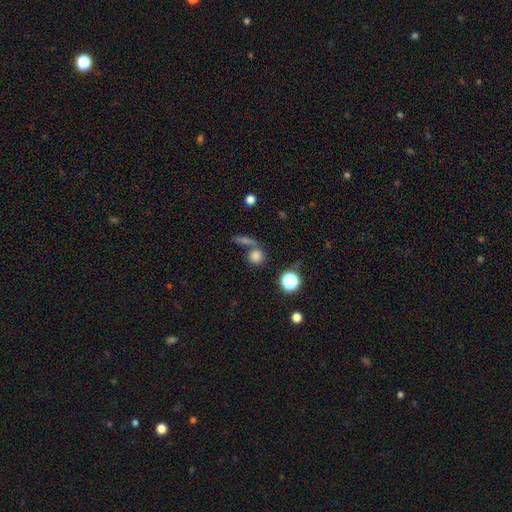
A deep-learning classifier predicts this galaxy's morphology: smooth-or-featured: smooth: 76% | star or artifact: 15% | featured or disk: 9%
  how-rounded: round: 84% | in between: 13% | cigar-shaped: 3%
  merging: none: 48% | merger: 36% | minor disturbance: 9% | major disturbance: 7%